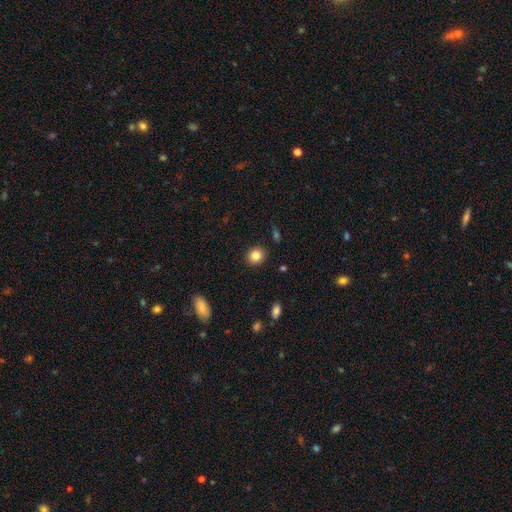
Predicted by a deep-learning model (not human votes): Overall: smooth (84%). How rounded: round (73%). Merging: none (90%).